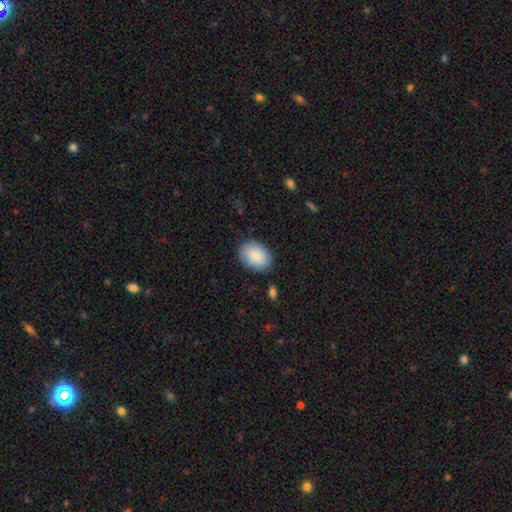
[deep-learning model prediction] smooth 89%, star or artifact 6%, featured or disk 5%. Down the decision tree: how rounded — in between (82%); merging — none (85%).